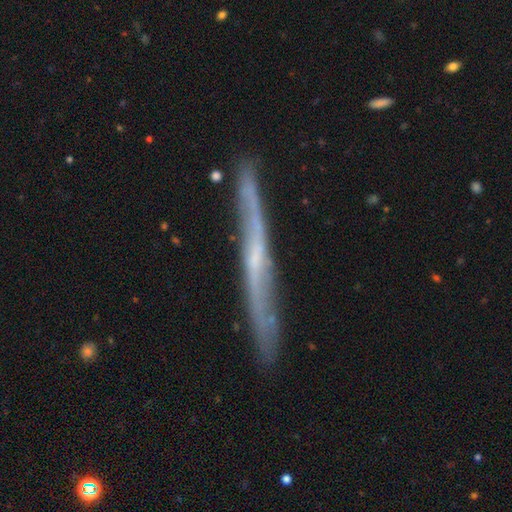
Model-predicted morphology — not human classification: Smooth or featured?
  - featured or disk: 75% *
  - smooth: 19%
  - star or artifact: 6%
Edge-on disk?
  - yes: 84% *
  - no: 16%
Edge-on bulge?
  - none: 66% *
  - rounded: 29%
  - boxy: 6%
Merging?
  - none: 81% *
  - minor disturbance: 15%
  - major disturbance: 3%
  - merger: 2%